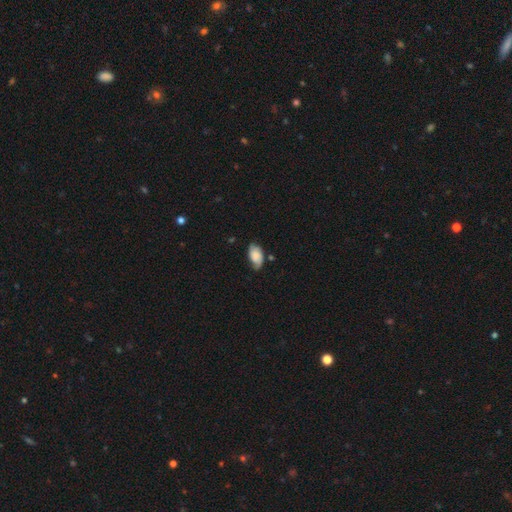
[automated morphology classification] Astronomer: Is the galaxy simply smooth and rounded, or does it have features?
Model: smooth — 67%.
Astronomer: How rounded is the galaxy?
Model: in between — 93%.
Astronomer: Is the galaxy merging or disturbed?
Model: none — 62%.